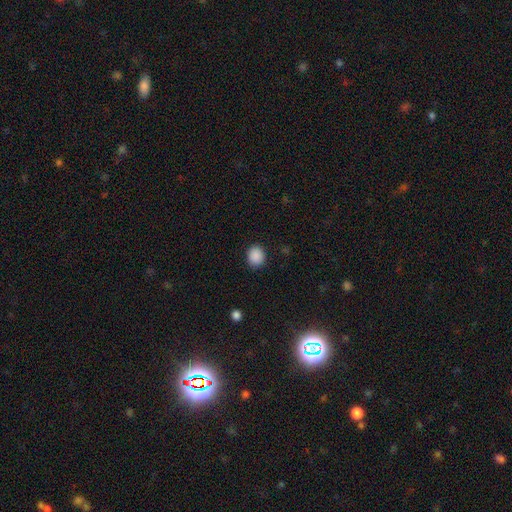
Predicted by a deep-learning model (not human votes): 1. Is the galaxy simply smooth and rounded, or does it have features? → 89% smooth, 9% star or artifact, 2% featured or disk.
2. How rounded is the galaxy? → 72% round, 27% in between, 1% cigar-shaped.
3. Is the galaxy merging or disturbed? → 89% none, 7% minor disturbance, 2% major disturbance, 1% merger.